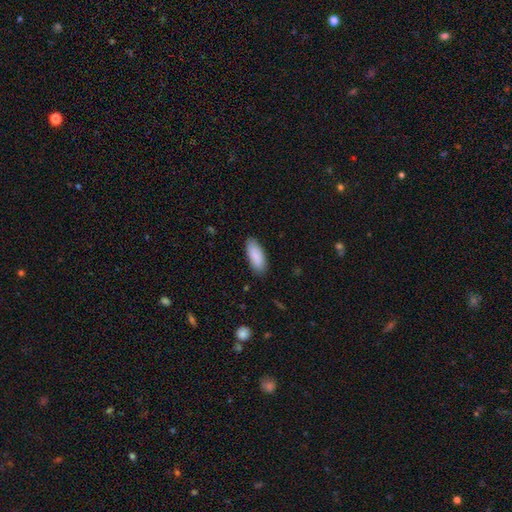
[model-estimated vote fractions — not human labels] Smooth or featured? smooth (89%)
How rounded? in between (81%)
Merging? none (86%)